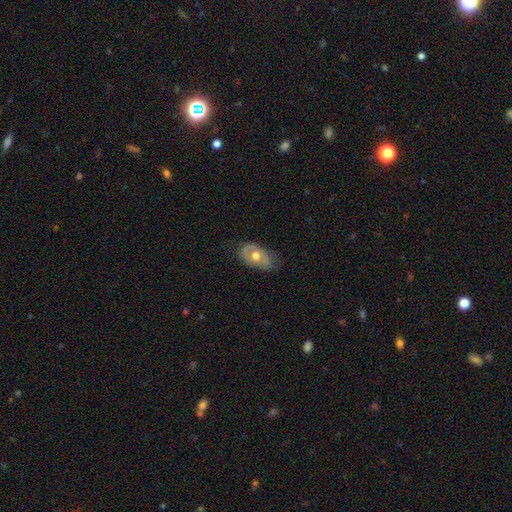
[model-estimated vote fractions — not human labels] A featured or disk galaxy (48%).

Vote fractions:
- Smooth or featured? featured or disk: 48% / smooth: 45% / star or artifact: 7%
- Merging? none: 60% / minor disturbance: 30% / major disturbance: 9% / merger: 1%